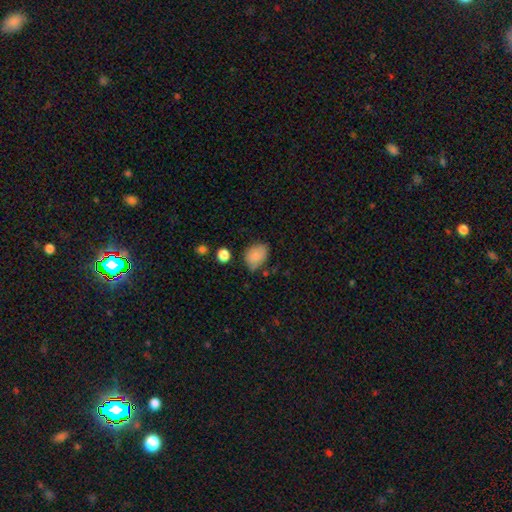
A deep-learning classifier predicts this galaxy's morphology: Overall: smooth (82%). How rounded: in between (71%). Merging: none (60%; minor disturbance 29%).